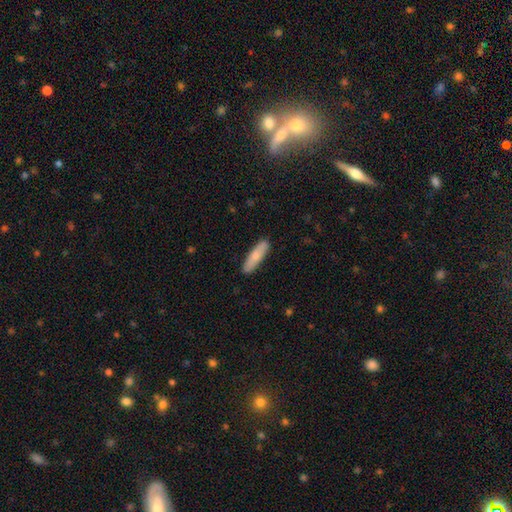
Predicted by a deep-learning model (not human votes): Smooth or featured?
  - smooth: 72% *
  - featured or disk: 23%
  - star or artifact: 5%
How rounded?
  - cigar-shaped: 71% *
  - in between: 27%
  - round: 2%
Merging?
  - none: 89% *
  - minor disturbance: 8%
  - major disturbance: 2%
  - merger: 1%